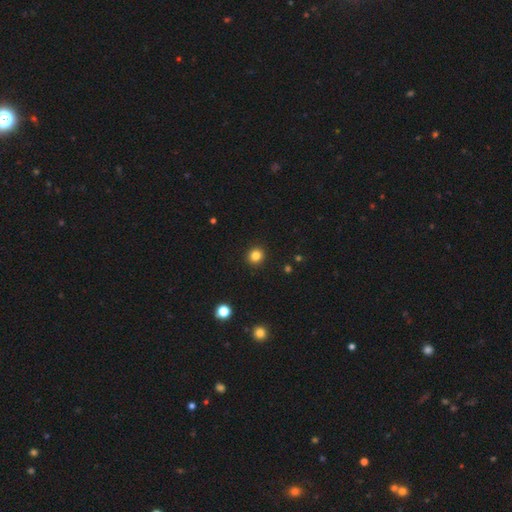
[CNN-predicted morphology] A smooth galaxy with no disk features (83%) that is round (90%).

Vote fractions:
- Smooth or featured? smooth: 83% / star or artifact: 12% / featured or disk: 4%
- How rounded? round: 90% / in between: 9% / cigar-shaped: 1%
- Merging? none: 93% / minor disturbance: 5% / major disturbance: 2% / merger: 1%